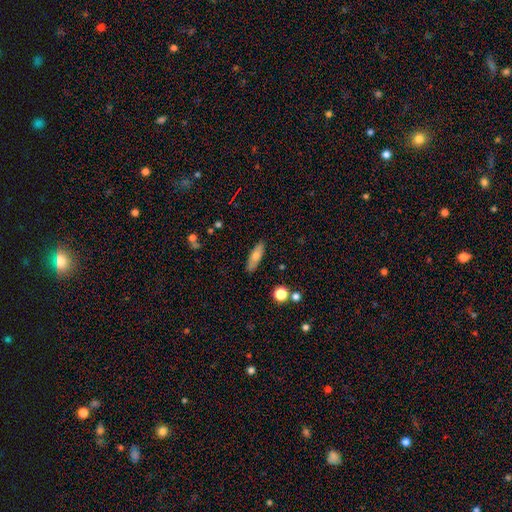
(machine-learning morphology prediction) A smooth galaxy with no disk features (72%) that is cigar-shaped (51%). Merging: none (87%).